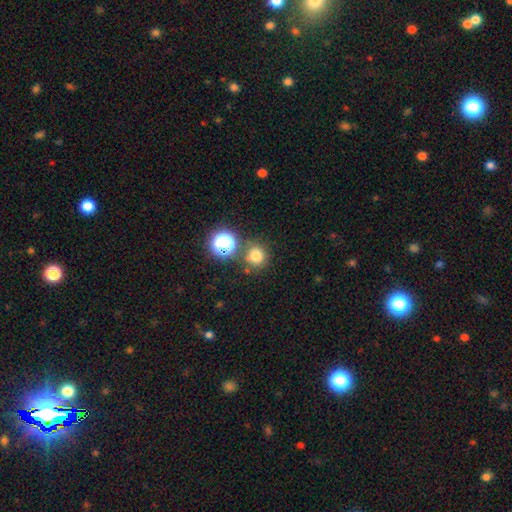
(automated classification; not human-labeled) This appears to be a smooth galaxy with no disk features (74%) that is round (91%). Merging: none (77%).